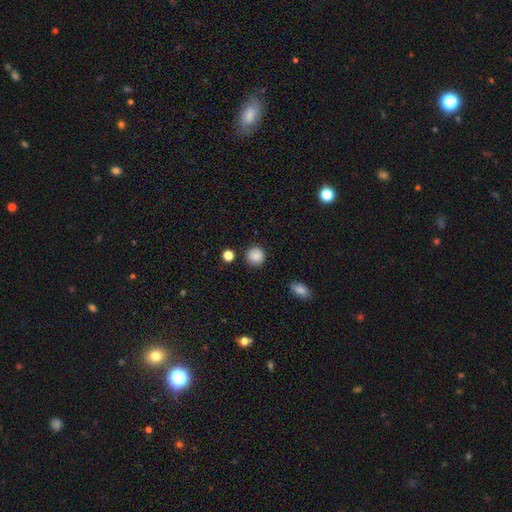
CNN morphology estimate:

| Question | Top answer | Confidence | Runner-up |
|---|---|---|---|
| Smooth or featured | smooth | 86% | star or artifact (9%) |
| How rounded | round | 91% | in between (8%) |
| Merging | none | 87% | minor disturbance (8%) |